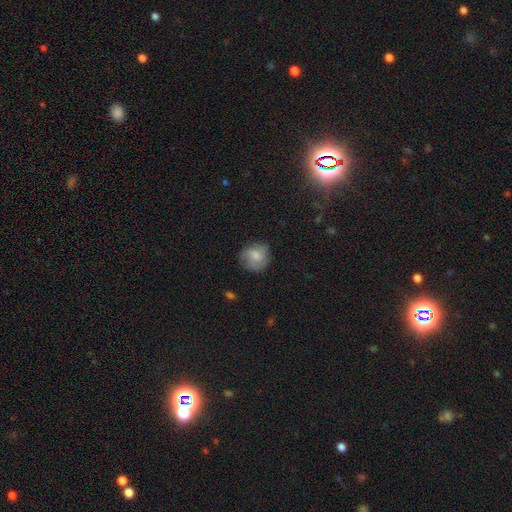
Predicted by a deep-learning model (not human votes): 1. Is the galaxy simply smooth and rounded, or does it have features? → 62% smooth, 30% featured or disk, 8% star or artifact.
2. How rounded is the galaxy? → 81% round, 18% in between, 1% cigar-shaped.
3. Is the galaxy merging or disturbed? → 72% none, 20% minor disturbance, 7% major disturbance, 1% merger.